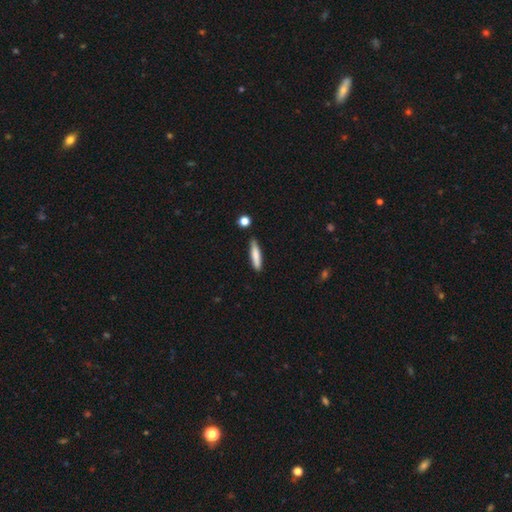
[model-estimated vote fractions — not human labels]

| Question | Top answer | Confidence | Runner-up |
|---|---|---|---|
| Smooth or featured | smooth | 79% | featured or disk (15%) |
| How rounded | cigar-shaped | 85% | in between (14%) |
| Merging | none | 84% | minor disturbance (11%) |